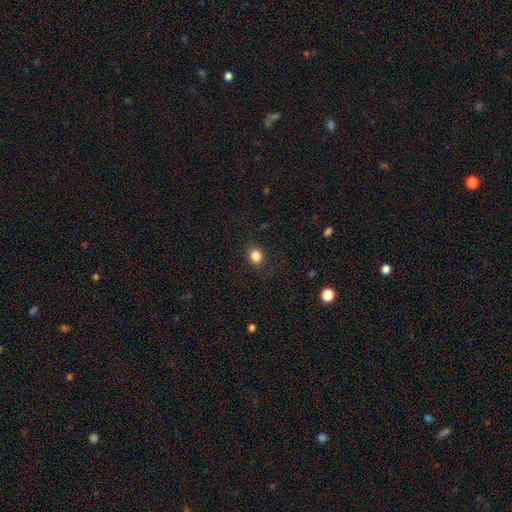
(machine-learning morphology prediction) Smooth or featured? Predicted: smooth (p=0.84). How rounded? Predicted: round (p=0.67). Merging? Predicted: none (p=0.86).